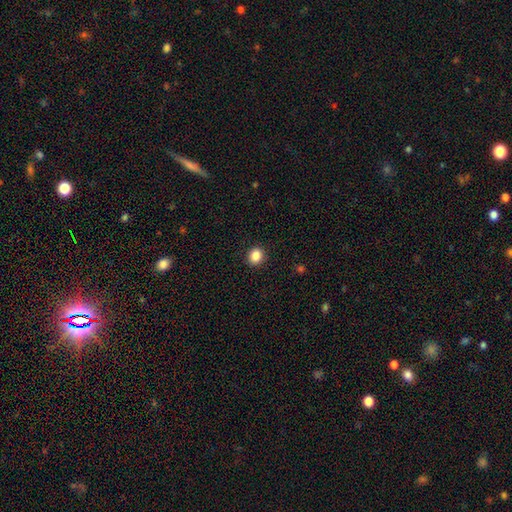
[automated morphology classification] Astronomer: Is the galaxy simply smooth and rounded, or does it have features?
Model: smooth — 87%.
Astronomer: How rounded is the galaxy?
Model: round — 68%.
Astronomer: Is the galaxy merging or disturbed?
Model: none — 91%.